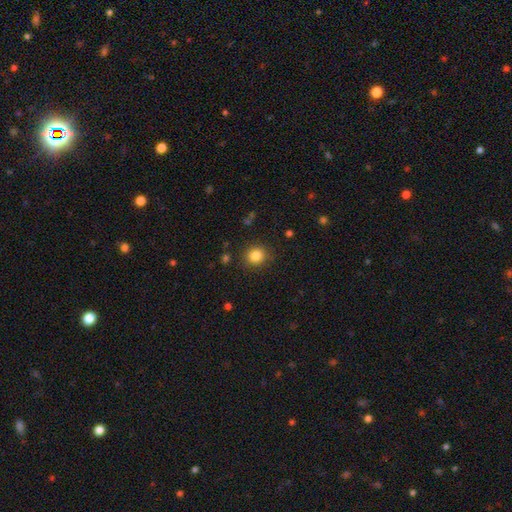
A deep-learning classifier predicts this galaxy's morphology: type=smooth (84%); roundness=round (84%); merging=none (87%).